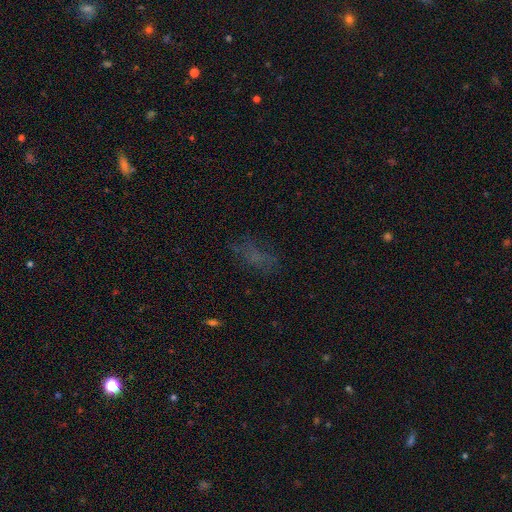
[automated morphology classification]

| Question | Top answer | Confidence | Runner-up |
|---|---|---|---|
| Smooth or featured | smooth | 48% | star or artifact (31%) |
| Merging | none | 65% | minor disturbance (18%) |